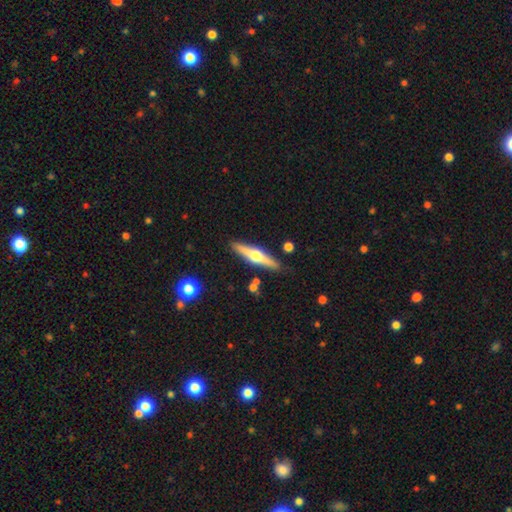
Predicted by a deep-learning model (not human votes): Smooth or featured? Predicted: featured or disk (p=0.66). Edge-on disk? Predicted: yes (p=0.96). Edge-on bulge? Predicted: rounded (p=0.95). Merging? Predicted: none (p=0.88).